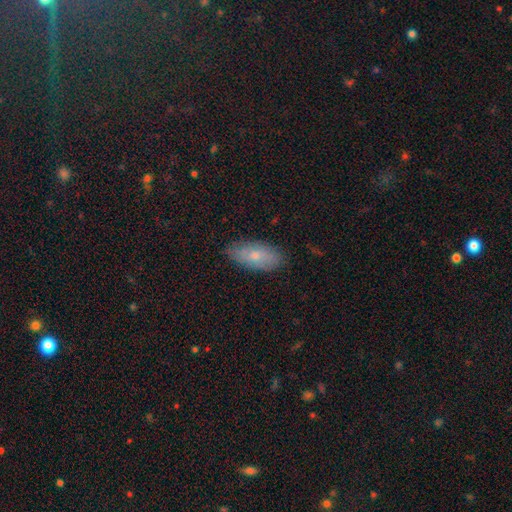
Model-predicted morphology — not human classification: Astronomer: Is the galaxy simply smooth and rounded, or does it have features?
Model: smooth — 67%.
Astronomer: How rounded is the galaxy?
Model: in between — 87%.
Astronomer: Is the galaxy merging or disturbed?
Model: none — 82%.